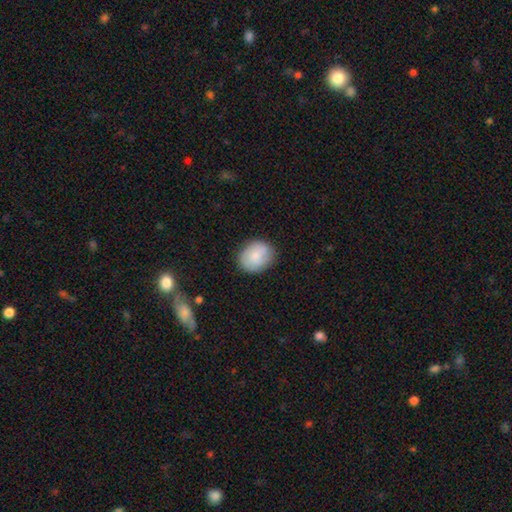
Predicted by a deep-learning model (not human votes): This is likely a smooth galaxy (77%). How rounded: possibly round (54%). Merging: clearly none (82%).